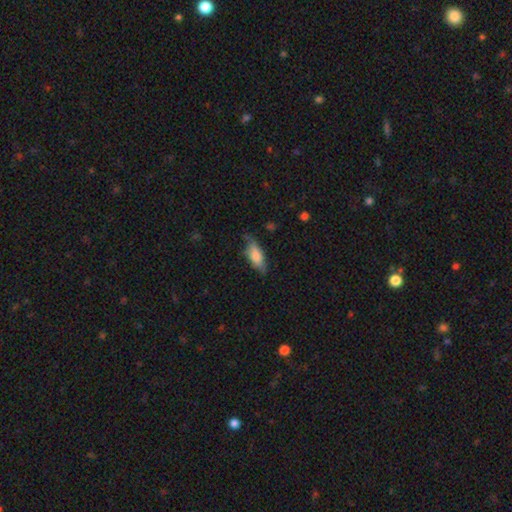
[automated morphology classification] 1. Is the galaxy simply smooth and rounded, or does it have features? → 72% smooth, 22% featured or disk, 6% star or artifact.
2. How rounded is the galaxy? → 76% in between, 22% cigar-shaped, 2% round.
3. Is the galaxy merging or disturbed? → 60% none, 30% minor disturbance, 7% major disturbance, 2% merger.